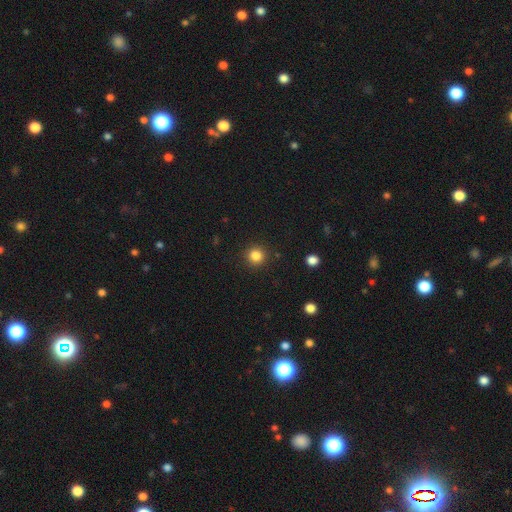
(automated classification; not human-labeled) smooth 84%, star or artifact 12%, featured or disk 4%. Down the decision tree: how rounded — round (93%); merging — none (91%).